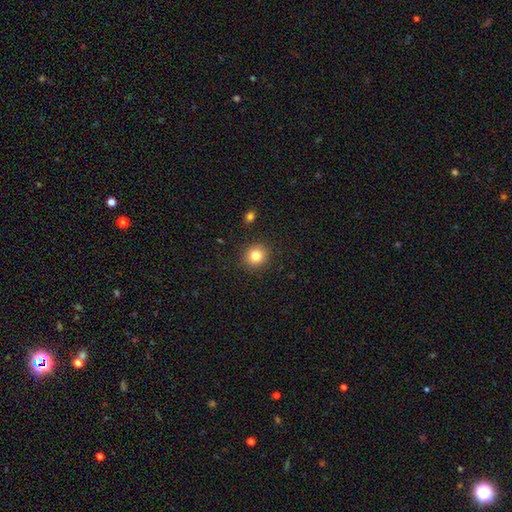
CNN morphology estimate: Smooth or featured?
  - smooth: 82% *
  - star or artifact: 11%
  - featured or disk: 7%
How rounded?
  - round: 88% *
  - in between: 11%
  - cigar-shaped: 1%
Merging?
  - none: 90% *
  - minor disturbance: 6%
  - major disturbance: 2%
  - merger: 1%